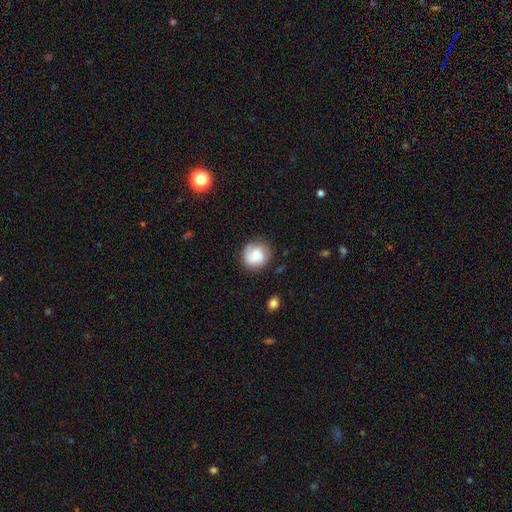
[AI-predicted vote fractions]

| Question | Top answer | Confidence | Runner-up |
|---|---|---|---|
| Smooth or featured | smooth | 54% | featured or disk (38%) |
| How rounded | round | 86% | in between (13%) |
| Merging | none | 75% | minor disturbance (17%) |